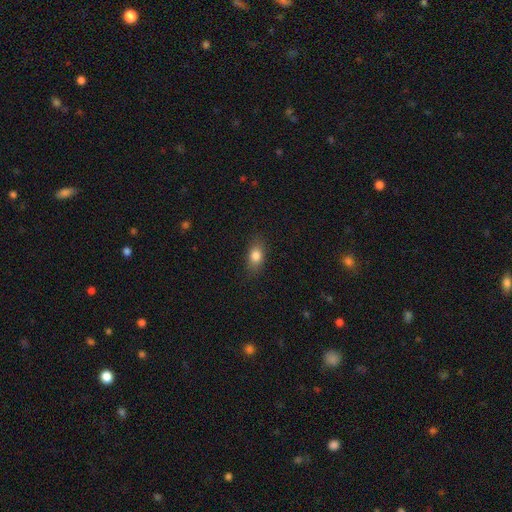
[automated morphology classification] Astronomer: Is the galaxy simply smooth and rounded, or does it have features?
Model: smooth — 82%.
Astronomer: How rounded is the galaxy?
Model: in between — 78%.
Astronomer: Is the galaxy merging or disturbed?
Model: none — 83%.